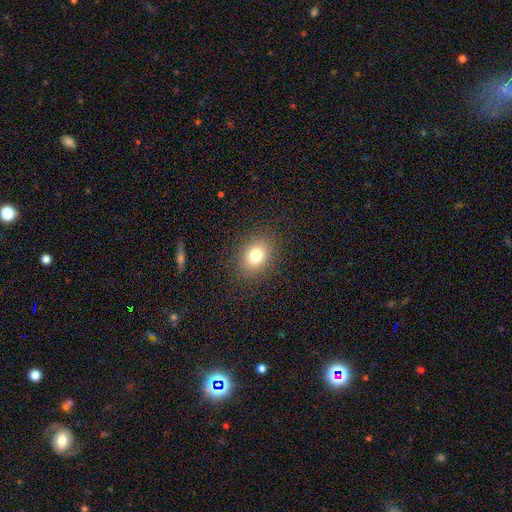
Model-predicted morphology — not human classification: type=smooth (77%); roundness=in between (55%); merging=none (86%).